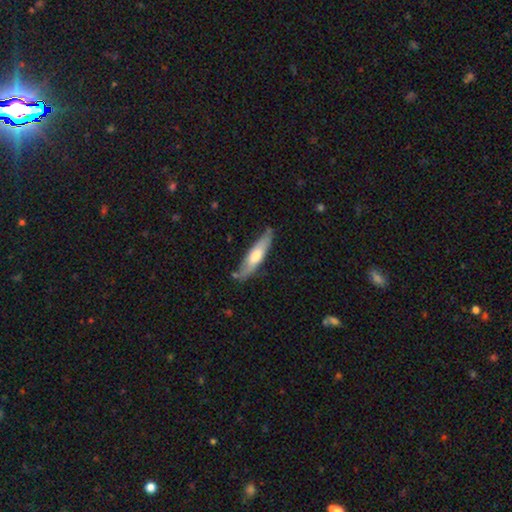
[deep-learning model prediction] Smooth or featured? Predicted: smooth (p=0.51). How rounded? Predicted: cigar-shaped (p=0.78). Merging? Predicted: none (p=0.76).